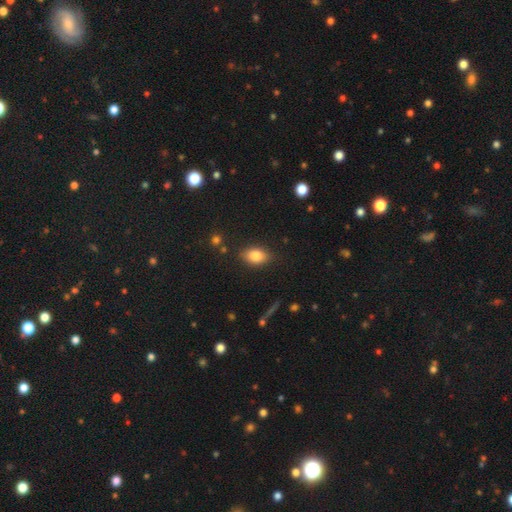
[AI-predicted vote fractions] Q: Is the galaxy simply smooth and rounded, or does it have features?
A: smooth — 82%.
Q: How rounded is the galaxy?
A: in between — 83%.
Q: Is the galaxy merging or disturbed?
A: none — 83%.